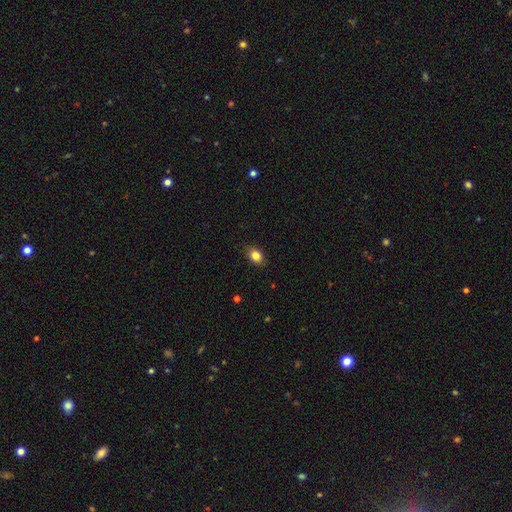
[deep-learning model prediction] Smooth or featured?
  - smooth: 84% *
  - star or artifact: 10%
  - featured or disk: 7%
How rounded?
  - in between: 71% *
  - round: 28%
  - cigar-shaped: 2%
Merging?
  - none: 85% *
  - minor disturbance: 12%
  - major disturbance: 2%
  - merger: 1%